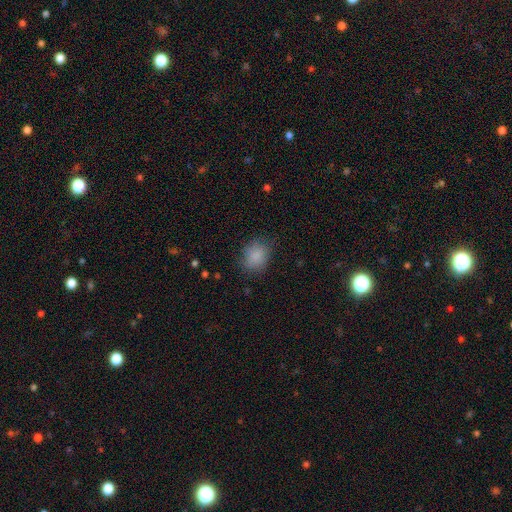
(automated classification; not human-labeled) Morphology: type=smooth (85%); roundness=round (55%); merging=none (76%).